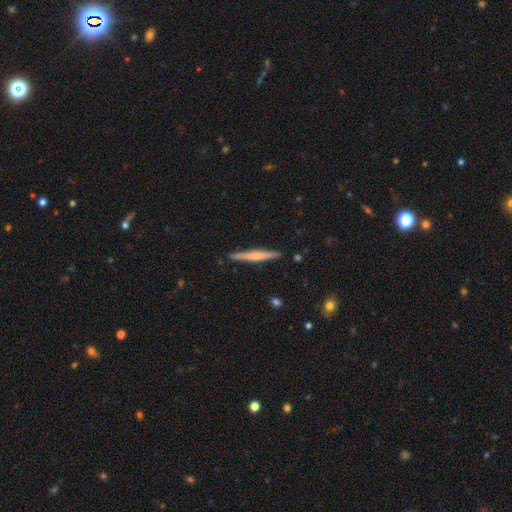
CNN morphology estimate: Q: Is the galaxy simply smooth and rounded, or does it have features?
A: featured or disk — 51%.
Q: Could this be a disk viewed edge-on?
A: yes — 98%.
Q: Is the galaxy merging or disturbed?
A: none — 91%.